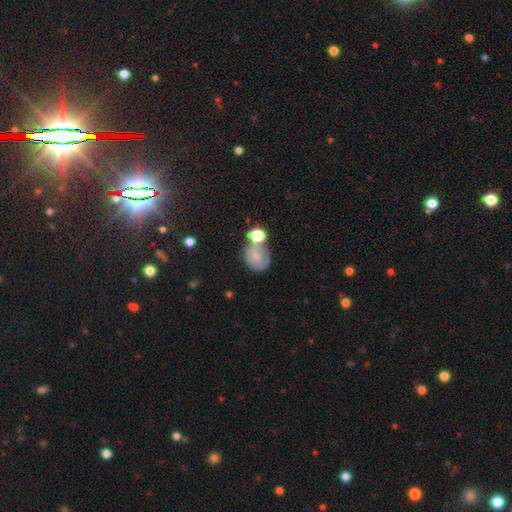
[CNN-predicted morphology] Overall: smooth (67%). How rounded: round (58%; in between 41%). Merging: none (42%; merger 23%).